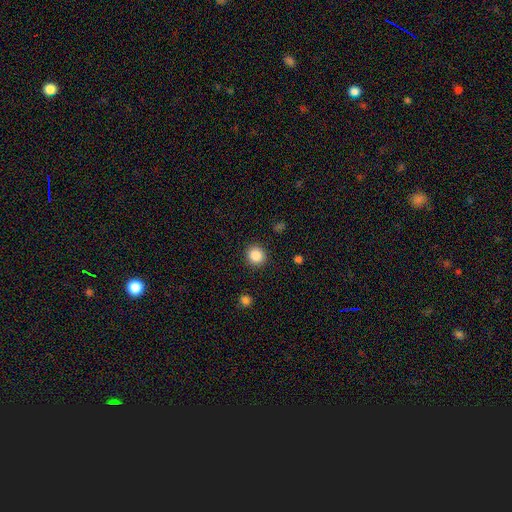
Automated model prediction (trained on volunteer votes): This appears to be a smooth galaxy with no disk features (87%) that is round (89%). Merging: none (91%).